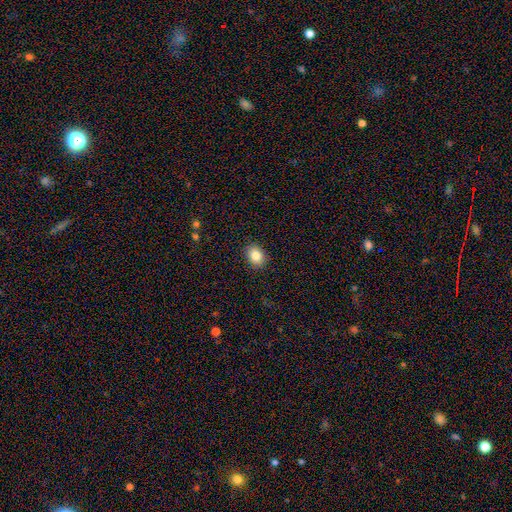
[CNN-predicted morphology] Smooth or featured: smooth — 85% (star or artifact — 9%)
How rounded: in between — 58% (round — 41%)
Merging: none — 89% (minor disturbance — 8%)